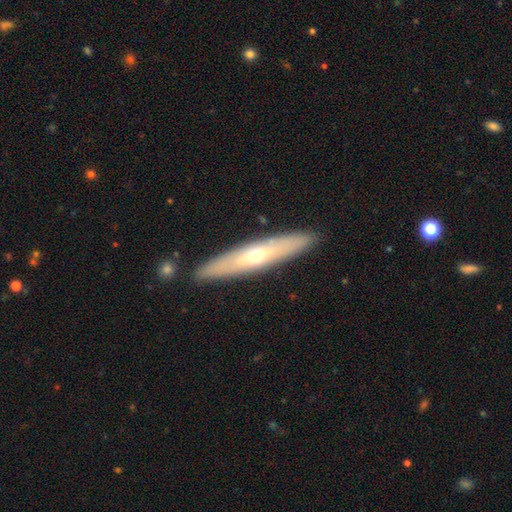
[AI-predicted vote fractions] Smooth or featured? Predicted: featured or disk (p=0.55). Edge-on disk? Predicted: yes (p=0.76). Merging? Predicted: none (p=0.88).